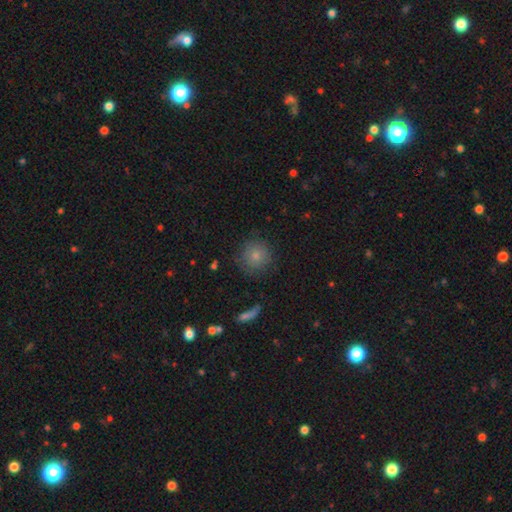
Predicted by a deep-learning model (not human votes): This is likely a smooth galaxy (80%). How rounded: clearly round (93%). Merging: clearly none (83%).